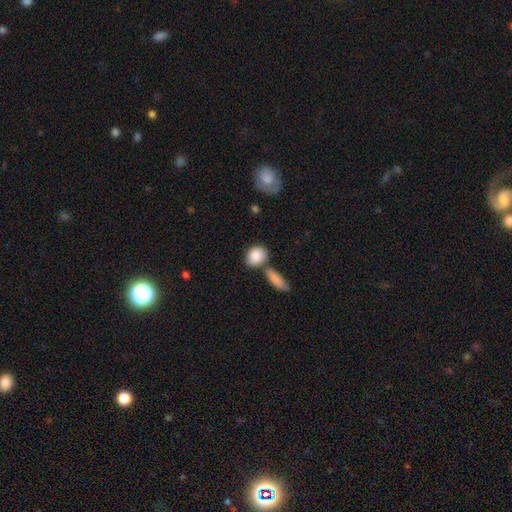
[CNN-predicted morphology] Smooth or featured? smooth (86%)
How rounded? in between (52%)
Merging? none (58%)